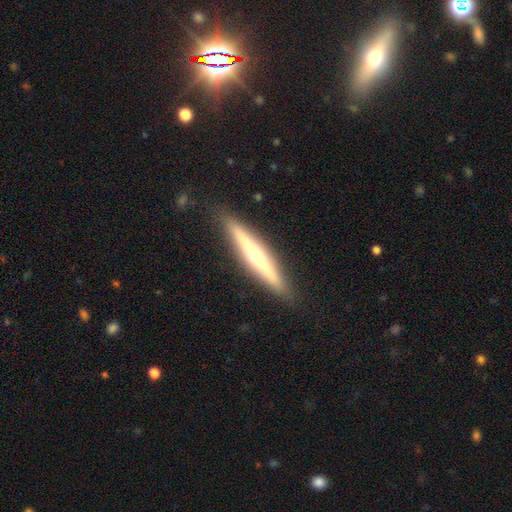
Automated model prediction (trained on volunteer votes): A featured or disk galaxy (60%) viewed edge-on (94%) with a rounded central bulge (83%).

Vote fractions:
- Smooth or featured? featured or disk: 60% / smooth: 34% / star or artifact: 6%
- Edge-on disk? yes: 94% / no: 6%
- Edge-on bulge? rounded: 83% / none: 14% / boxy: 3%
- Merging? none: 90% / minor disturbance: 8% / major disturbance: 2% / merger: 1%